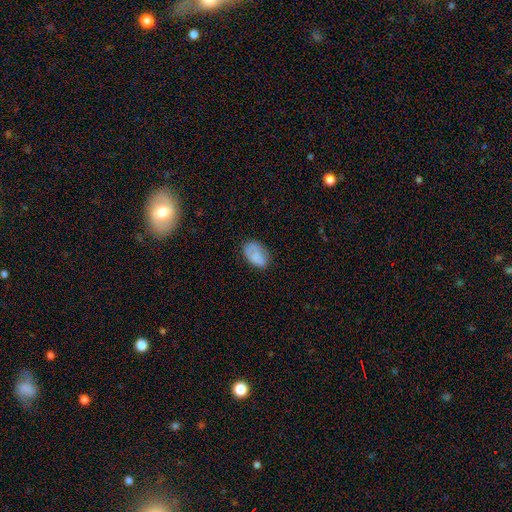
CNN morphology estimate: Overall: smooth (80%). How rounded: in between (90%). Merging: none (65%; minor disturbance 25%).